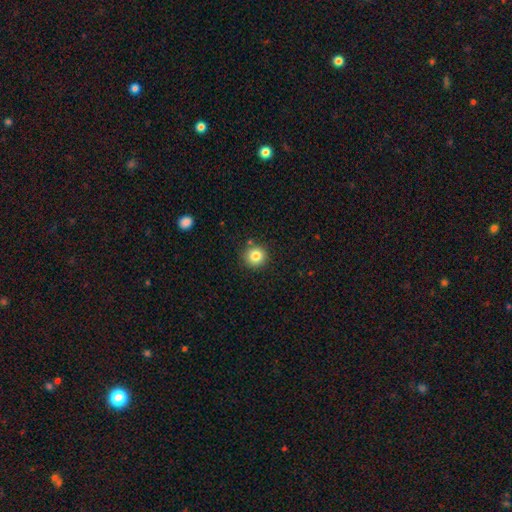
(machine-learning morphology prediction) type=smooth (83%); roundness=round (93%); merging=none (86%).